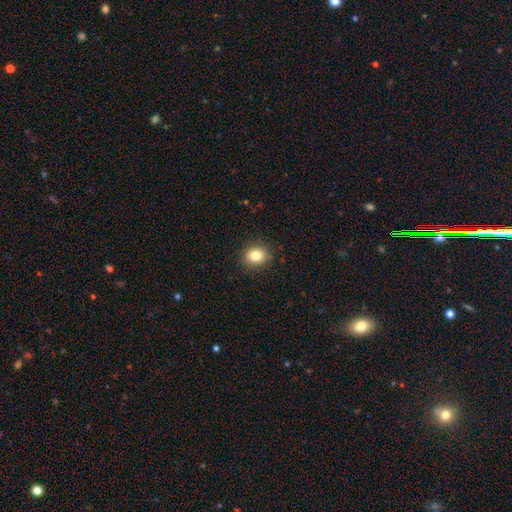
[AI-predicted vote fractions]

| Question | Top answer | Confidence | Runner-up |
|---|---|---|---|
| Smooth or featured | smooth | 83% | star or artifact (11%) |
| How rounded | round | 72% | in between (27%) |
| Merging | none | 88% | minor disturbance (9%) |